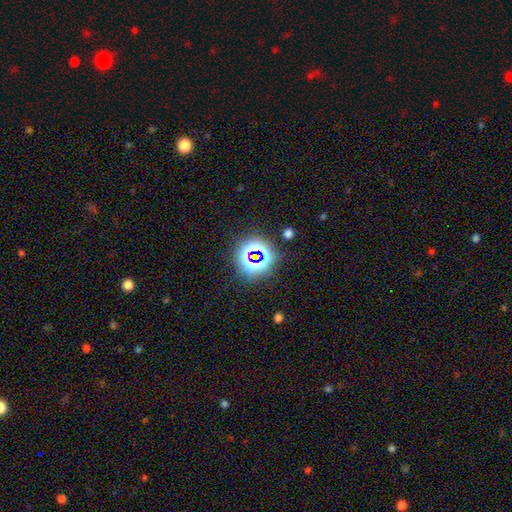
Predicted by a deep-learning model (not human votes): Q: Smooth or featured?
A: star or artifact (68%); runner-up: smooth (23%)